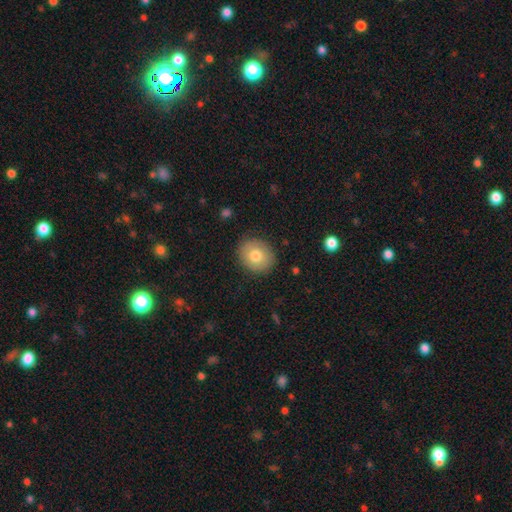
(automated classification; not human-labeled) Q: Smooth or featured?
A: smooth (74%); runner-up: featured or disk (18%)
Q: How rounded?
A: round (74%); runner-up: in between (25%)
Q: Merging?
A: none (87%); runner-up: minor disturbance (9%)